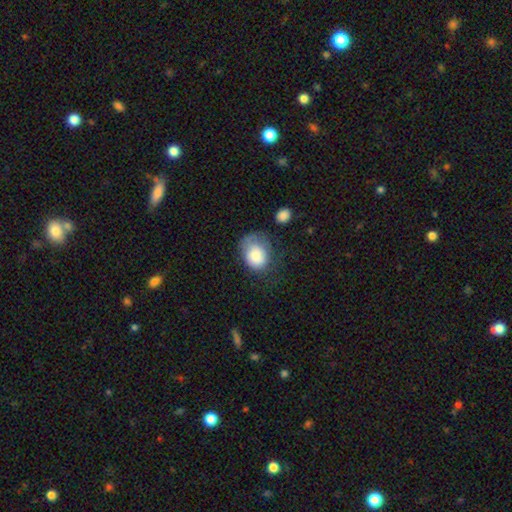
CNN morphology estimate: This appears to be a smooth galaxy with no disk features (80%) that is in between round and cigar-shaped (56%). Merging: none (37%).